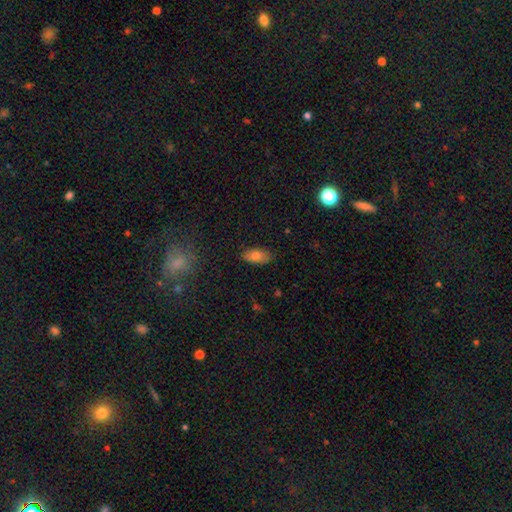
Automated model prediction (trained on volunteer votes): A smooth galaxy with no disk features (77%) that is in between round and cigar-shaped (90%).

Vote fractions:
- Smooth or featured? smooth: 77% / featured or disk: 14% / star or artifact: 9%
- How rounded? in between: 90% / cigar-shaped: 6% / round: 4%
- Merging? none: 84% / minor disturbance: 12% / major disturbance: 2% / merger: 1%